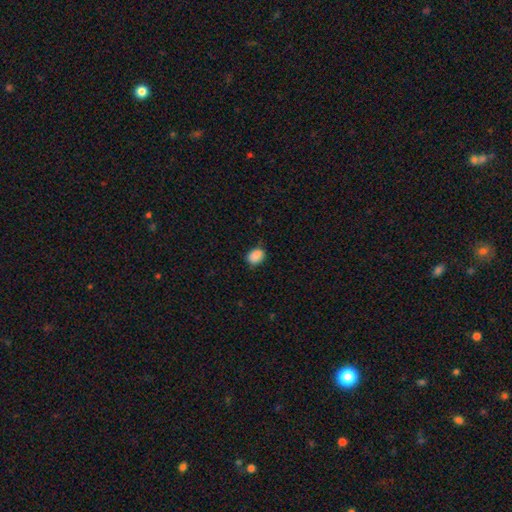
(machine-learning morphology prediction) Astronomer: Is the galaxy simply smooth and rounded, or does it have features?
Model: smooth — 89%.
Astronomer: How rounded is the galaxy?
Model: in between — 67%.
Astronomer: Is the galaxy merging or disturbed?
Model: none — 80%.